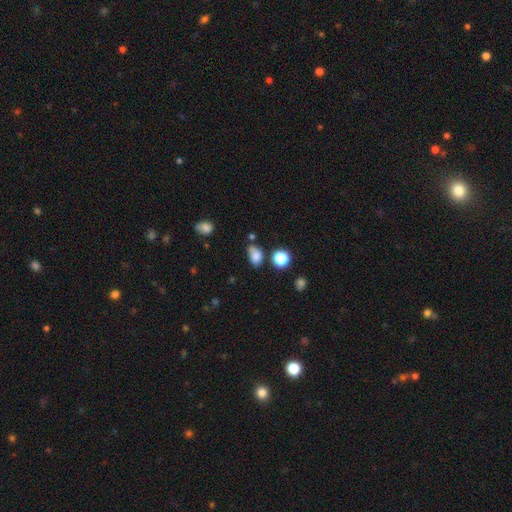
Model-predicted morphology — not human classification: smooth-or-featured: smooth: 79% | star or artifact: 13% | featured or disk: 8%
  how-rounded: in between: 72% | round: 26% | cigar-shaped: 2%
  merging: none: 51% | minor disturbance: 28% | merger: 12% | major disturbance: 9%